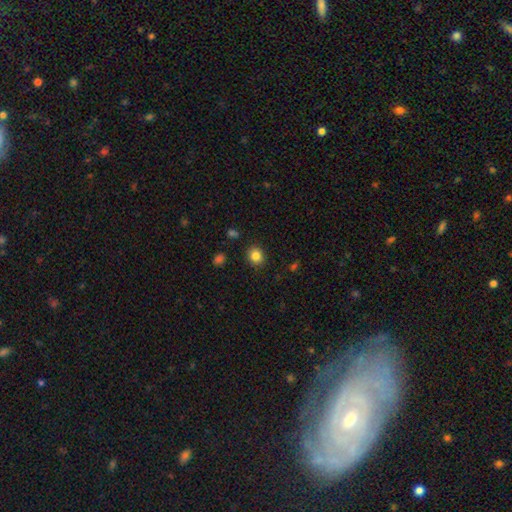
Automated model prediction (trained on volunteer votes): smooth_or_featured: smooth (p=0.84) [alt: star or artifact p=0.11]
how_rounded: round (p=0.77) [alt: in between p=0.22]
merging: none (p=0.90) [alt: minor disturbance p=0.07]